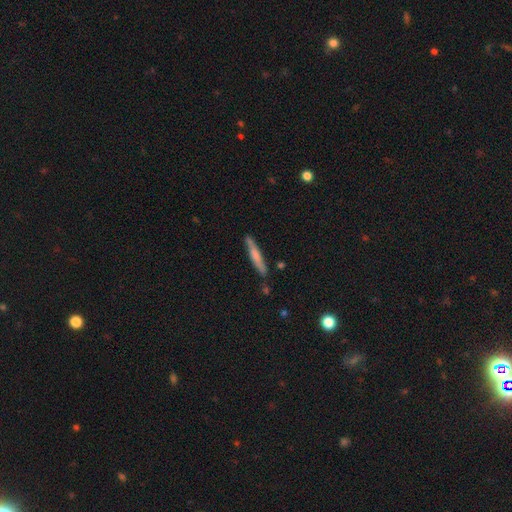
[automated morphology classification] This appears to be a smooth galaxy with no disk features (58%) that is cigar-shaped (94%). Merging: none (81%).